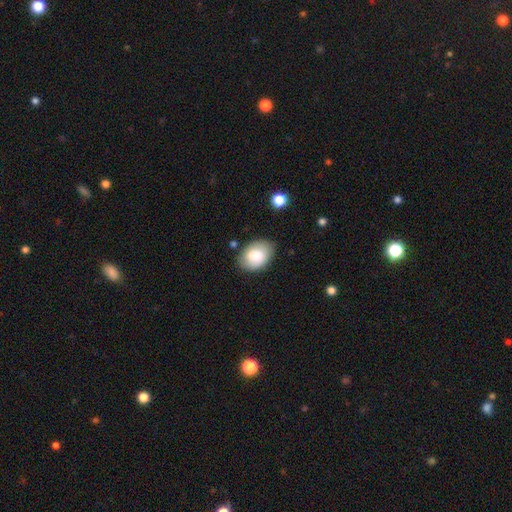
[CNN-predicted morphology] smooth_or_featured: smooth (p=0.80) [alt: featured or disk p=0.14]
how_rounded: in between (p=0.83) [alt: round p=0.16]
merging: none (p=0.80) [alt: minor disturbance p=0.15]